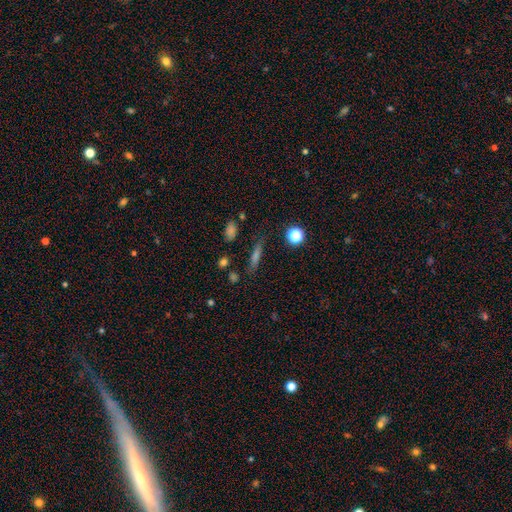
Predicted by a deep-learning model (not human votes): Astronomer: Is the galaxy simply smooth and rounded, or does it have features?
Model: smooth — 54%.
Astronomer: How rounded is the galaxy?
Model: cigar-shaped — 76%.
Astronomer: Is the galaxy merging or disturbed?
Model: none — 82%.